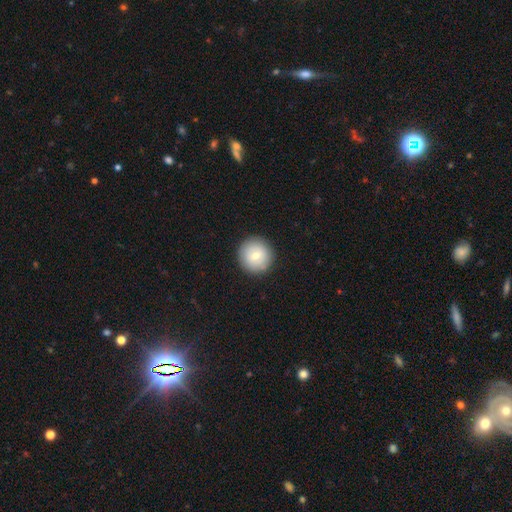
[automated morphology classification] Smooth or featured: smooth — 73% (featured or disk — 19%)
How rounded: round — 95% (in between — 4%)
Merging: none — 91% (minor disturbance — 6%)